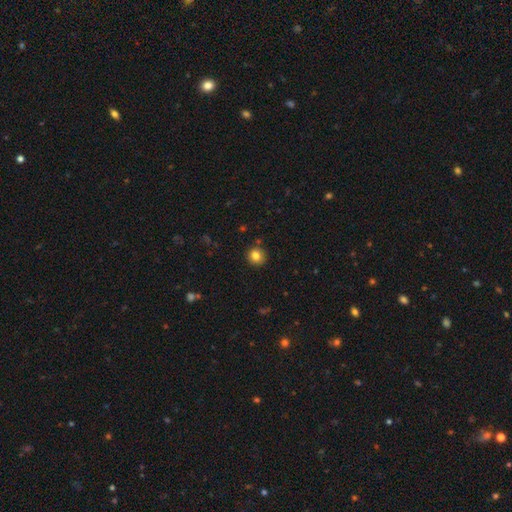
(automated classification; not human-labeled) Overall: smooth (82%). How rounded: round (90%). Merging: none (89%).